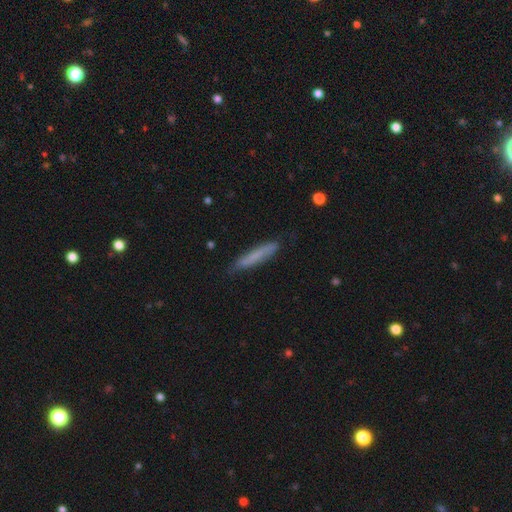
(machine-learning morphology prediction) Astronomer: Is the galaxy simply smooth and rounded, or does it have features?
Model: smooth — 69%.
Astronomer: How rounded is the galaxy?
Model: cigar-shaped — 93%.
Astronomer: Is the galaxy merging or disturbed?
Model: none — 79%.